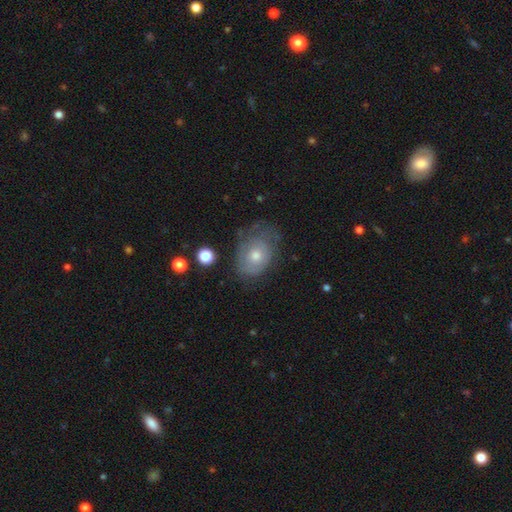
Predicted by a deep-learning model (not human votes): This appears to be a smooth galaxy with no disk features (47%). Merging: none (54%).